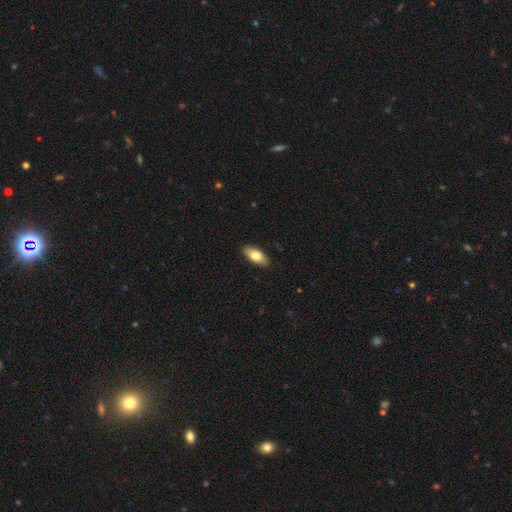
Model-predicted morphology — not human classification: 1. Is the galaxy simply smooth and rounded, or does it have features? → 77% smooth, 17% featured or disk, 6% star or artifact.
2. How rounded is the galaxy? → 88% in between, 9% cigar-shaped, 3% round.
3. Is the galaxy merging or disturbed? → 89% none, 8% minor disturbance, 2% major disturbance, 1% merger.